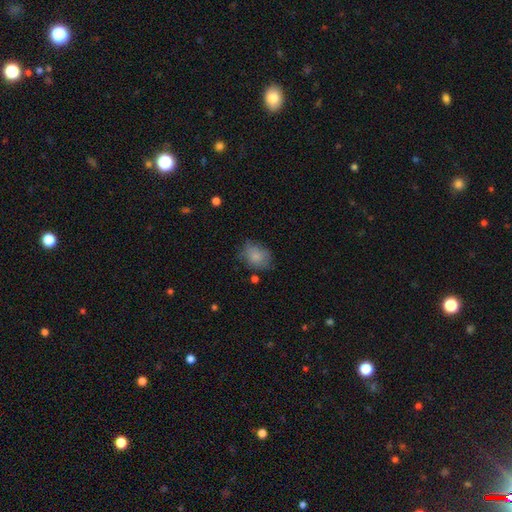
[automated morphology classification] This is clearly a smooth galaxy (81%). How rounded: likely in between (60%). Merging: likely none (66%).